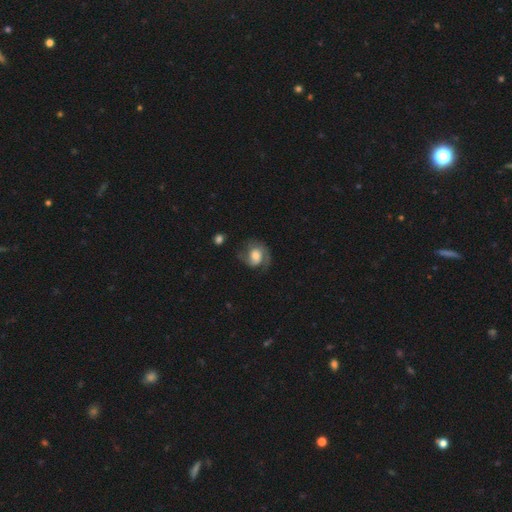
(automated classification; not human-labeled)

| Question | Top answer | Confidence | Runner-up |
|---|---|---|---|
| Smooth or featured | featured or disk | 61% | smooth (32%) |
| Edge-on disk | no | 97% | yes (3%) |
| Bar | no | 63% | weak (29%) |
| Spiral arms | yes | 87% | no (13%) |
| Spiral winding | medium | 44% | tight (31%) |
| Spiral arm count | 2 | 63% | 1 (20%) |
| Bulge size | moderate | 54% | large (21%) |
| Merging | none | 55% | minor disturbance (23%) |